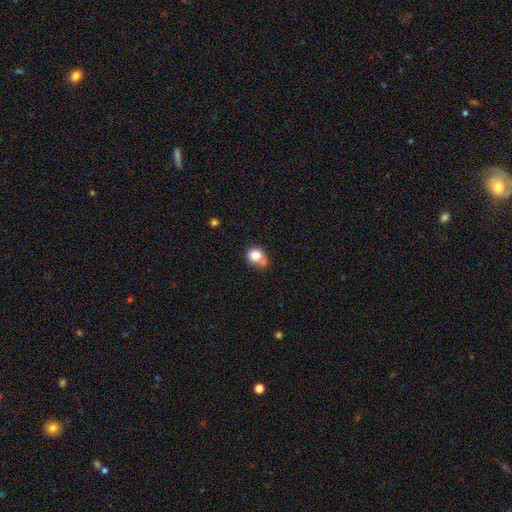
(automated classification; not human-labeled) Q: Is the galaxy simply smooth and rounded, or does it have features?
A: smooth — 81%.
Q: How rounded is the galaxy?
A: round — 65%.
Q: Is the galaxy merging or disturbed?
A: none — 48%.